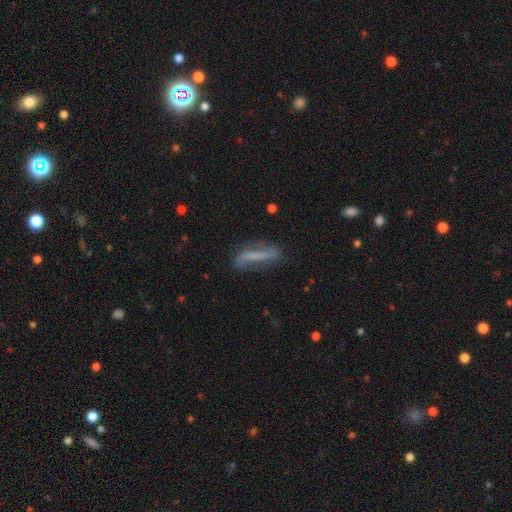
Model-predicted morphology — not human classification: Smooth or featured? Predicted: featured or disk (p=0.53). Edge-on disk? Predicted: no (p=0.68). Merging? Predicted: none (p=0.69).